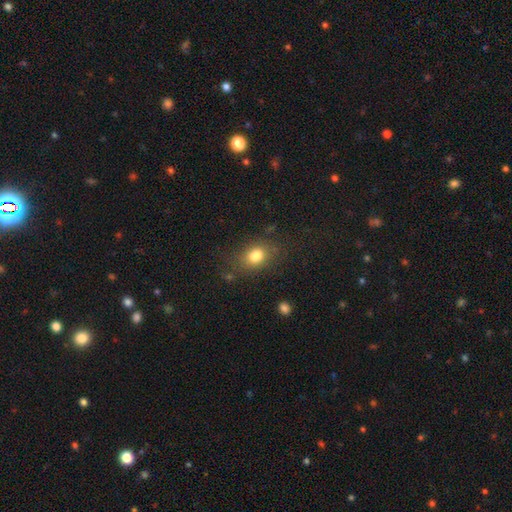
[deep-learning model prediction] Smooth or featured: smooth — 80% (star or artifact — 11%)
How rounded: in between — 67% (round — 31%)
Merging: none — 70% (minor disturbance — 18%)